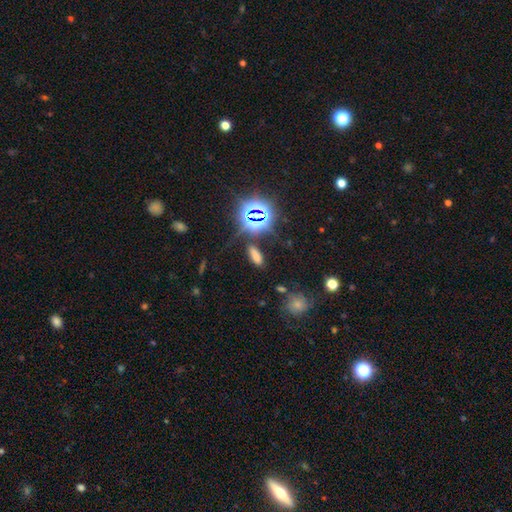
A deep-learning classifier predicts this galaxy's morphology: Overall: smooth (63%; star or artifact 30%). How rounded: in between (77%). Merging: none (77%).